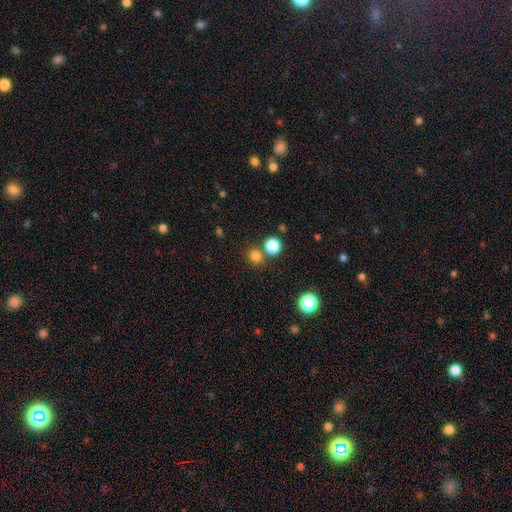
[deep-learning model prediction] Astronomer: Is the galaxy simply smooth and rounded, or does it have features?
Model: smooth — 79%.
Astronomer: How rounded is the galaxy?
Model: round — 87%.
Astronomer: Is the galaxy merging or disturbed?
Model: none — 71%.